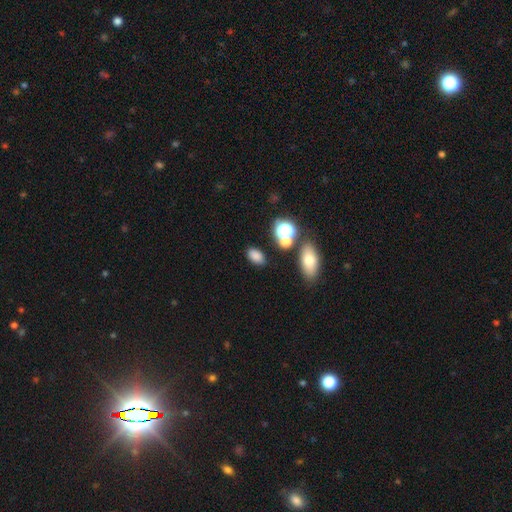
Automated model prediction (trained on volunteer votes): The model was most divided on "smooth or featured": smooth: 78%, star or artifact: 16%, featured or disk: 7%. More confident: how rounded — in between (85%); merging — none (80%).